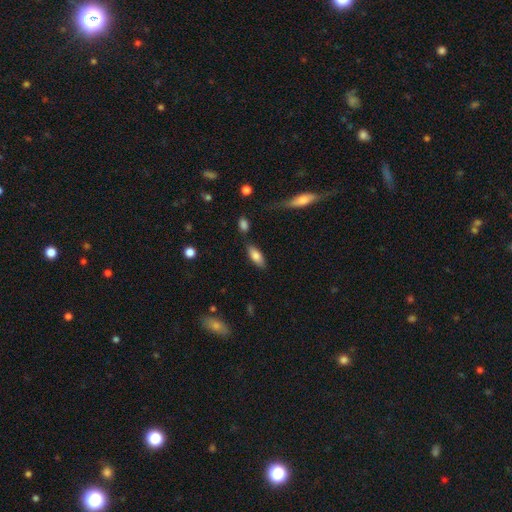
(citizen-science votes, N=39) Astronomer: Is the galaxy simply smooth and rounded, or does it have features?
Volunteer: smooth — 69%.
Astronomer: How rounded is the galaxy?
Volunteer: in between — 78%.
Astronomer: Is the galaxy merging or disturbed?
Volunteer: none — 86%.